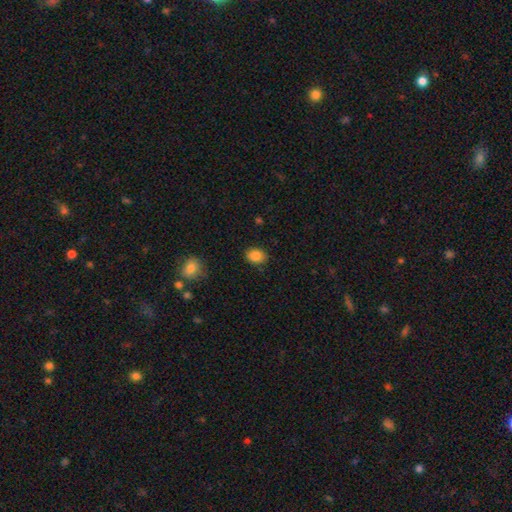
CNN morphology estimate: This is clearly a smooth galaxy (86%). How rounded: possibly in between (57%). Merging: clearly none (84%).